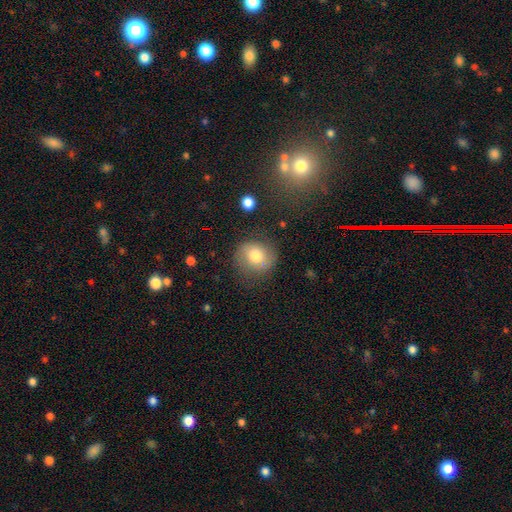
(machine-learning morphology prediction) Smooth or featured: smooth — 71% (featured or disk — 20%)
How rounded: round — 81% (in between — 18%)
Merging: none — 73% (minor disturbance — 18%)